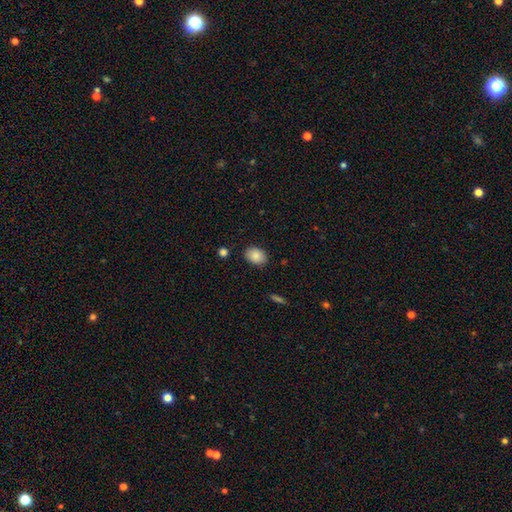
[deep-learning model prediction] smooth-or-featured: smooth: 87% | star or artifact: 7% | featured or disk: 5%
  how-rounded: in between: 78% | round: 21% | cigar-shaped: 1%
  merging: none: 86% | minor disturbance: 10% | major disturbance: 2% | merger: 2%